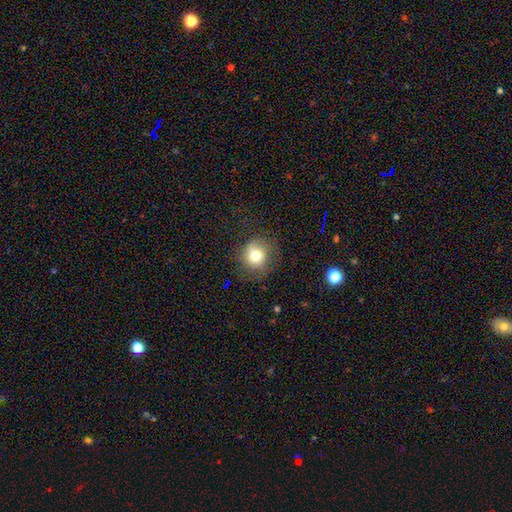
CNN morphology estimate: Smooth or featured?
  - smooth: 72% *
  - featured or disk: 16%
  - star or artifact: 12%
How rounded?
  - round: 85% *
  - in between: 14%
  - cigar-shaped: 1%
Merging?
  - none: 71% *
  - minor disturbance: 18%
  - major disturbance: 10%
  - merger: 1%